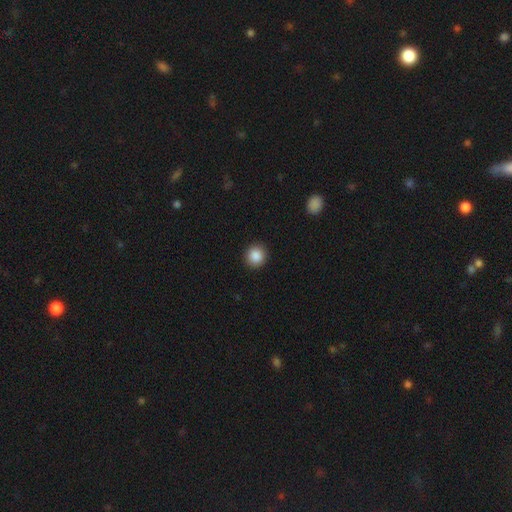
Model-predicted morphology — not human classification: type=smooth (88%); roundness=round (91%); merging=none (92%).